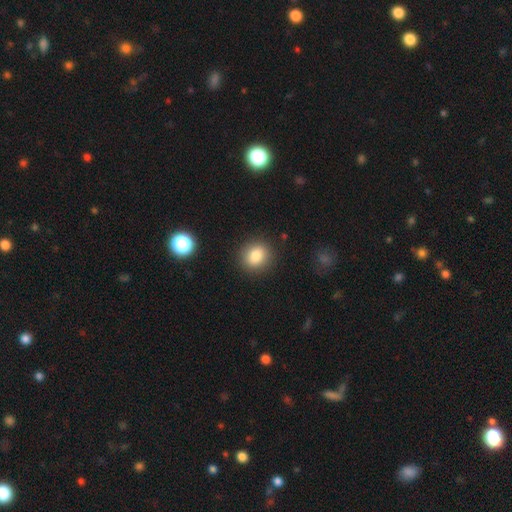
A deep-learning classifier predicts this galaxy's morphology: This appears to be a smooth galaxy with no disk features (83%) that is round (79%). Merging: none (89%).